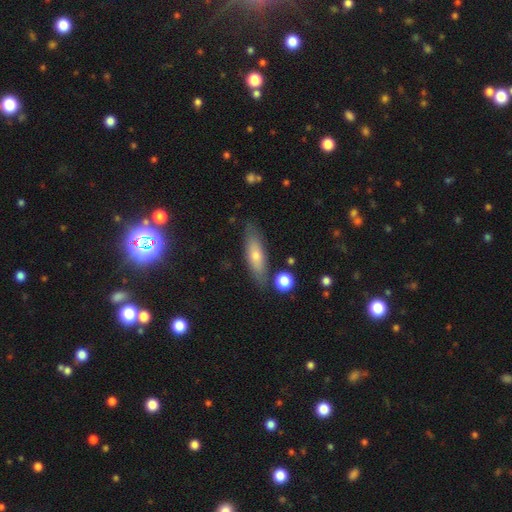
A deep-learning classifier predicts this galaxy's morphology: smooth-or-featured: smooth: 58% | featured or disk: 34% | star or artifact: 8%
  how-rounded: cigar-shaped: 54% | in between: 43% | round: 3%
  merging: none: 82% | minor disturbance: 12% | merger: 3% | major disturbance: 3%